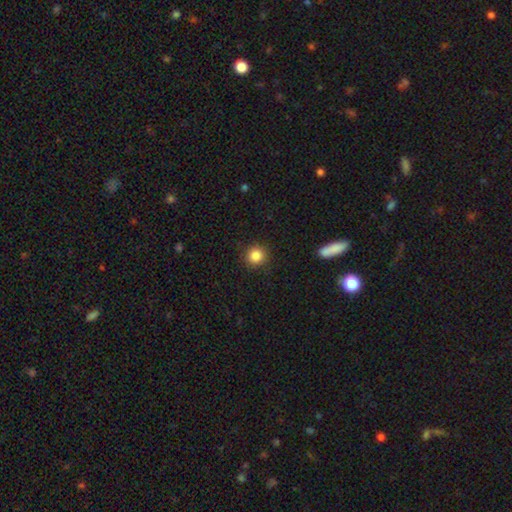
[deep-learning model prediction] smooth_or_featured: smooth (p=0.85) [alt: star or artifact p=0.10]
how_rounded: round (p=0.93) [alt: in between p=0.06]
merging: none (p=0.90) [alt: minor disturbance p=0.06]